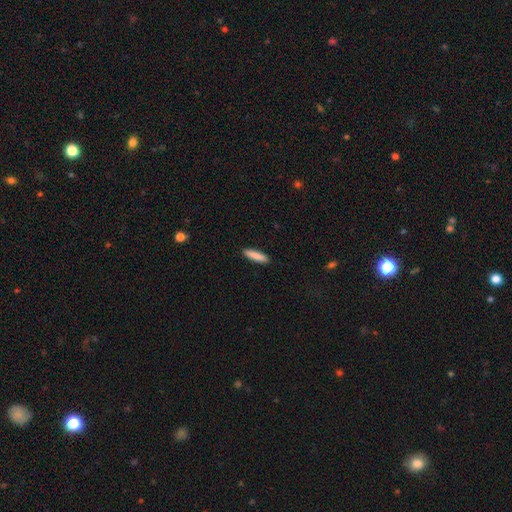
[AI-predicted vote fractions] Smooth or featured? Predicted: smooth (p=0.87). How rounded? Predicted: cigar-shaped (p=0.82). Merging? Predicted: none (p=0.91).